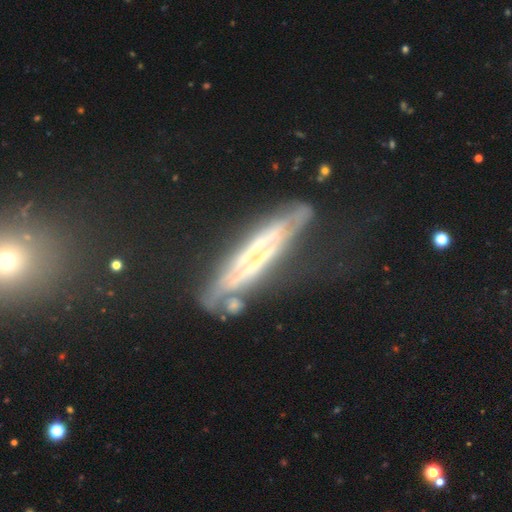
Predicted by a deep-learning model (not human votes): A featured or disk galaxy (75%) viewed edge-on (72%) with no central bulge (68%).

Vote fractions:
- Smooth or featured? featured or disk: 75% / smooth: 14% / star or artifact: 11%
- Edge-on disk? yes: 72% / no: 28%
- Edge-on bulge? none: 68% / rounded: 17% / boxy: 14%
- Merging? none: 59% / minor disturbance: 25% / major disturbance: 12% / merger: 5%